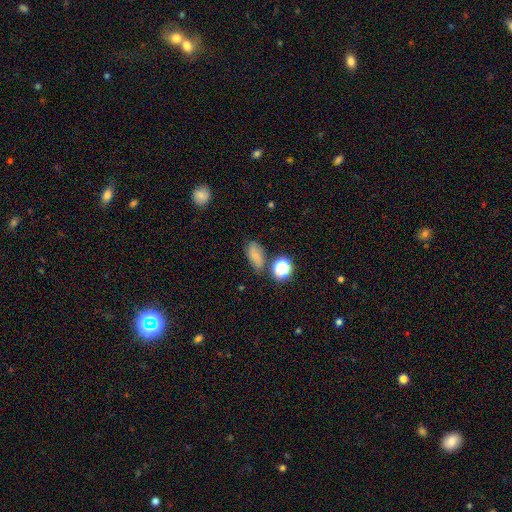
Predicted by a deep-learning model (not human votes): A smooth galaxy with no disk features (70%) that is in between round and cigar-shaped (82%). Merging: none (63%).